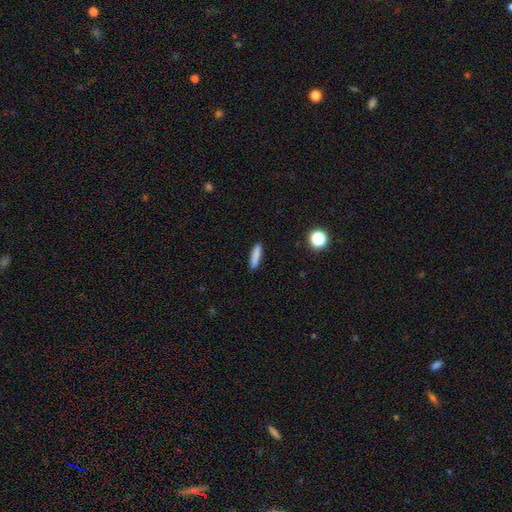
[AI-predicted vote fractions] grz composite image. It shows a smooth galaxy with no disk features (83%) that is cigar-shaped (84%). Merging: none (89%).